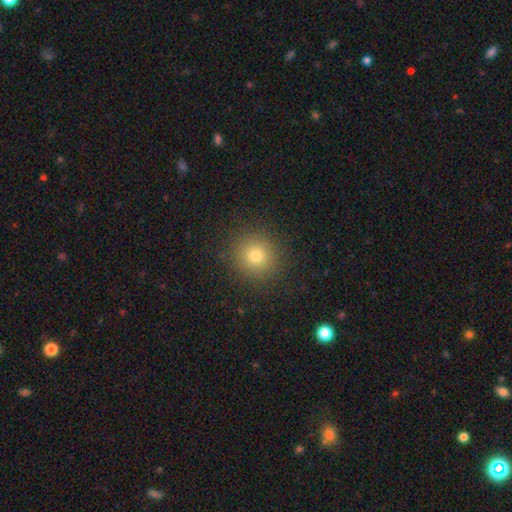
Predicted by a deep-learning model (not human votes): A smooth galaxy with no disk features (77%) that is round (93%). Merging: none (91%).